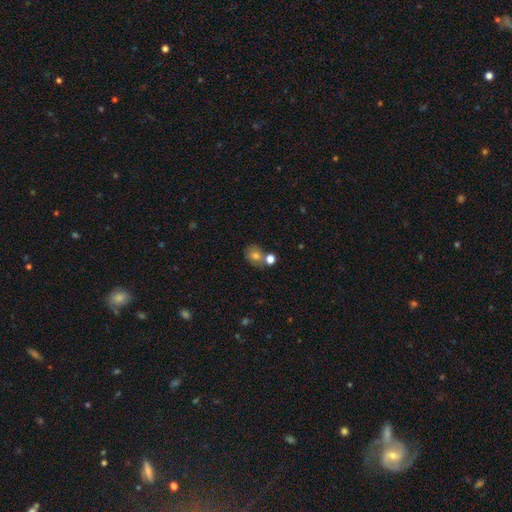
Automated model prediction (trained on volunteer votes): Smooth or featured? Predicted: smooth (p=0.72). How rounded? Predicted: round (p=0.61). Merging? Predicted: none (p=0.51).